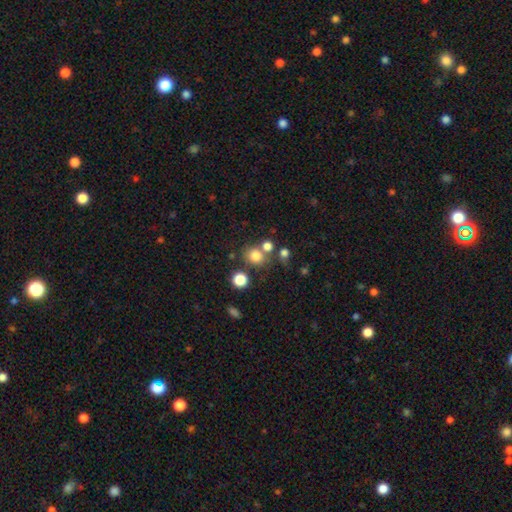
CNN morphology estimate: Smooth or featured?
  - smooth: 78% *
  - star or artifact: 15%
  - featured or disk: 8%
How rounded?
  - round: 77% *
  - in between: 22%
  - cigar-shaped: 1%
Merging?
  - none: 64% *
  - merger: 21%
  - minor disturbance: 10%
  - major disturbance: 5%